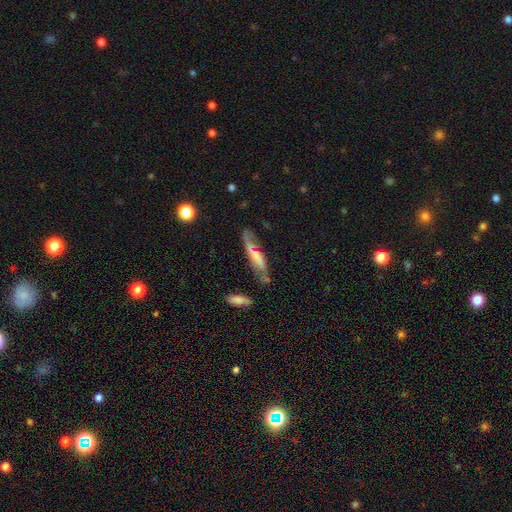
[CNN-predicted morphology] Overall: featured or disk (56%; smooth 37%). Edge-on disk: no (65%; yes 35%). Merging: none (50%; minor disturbance 25%).